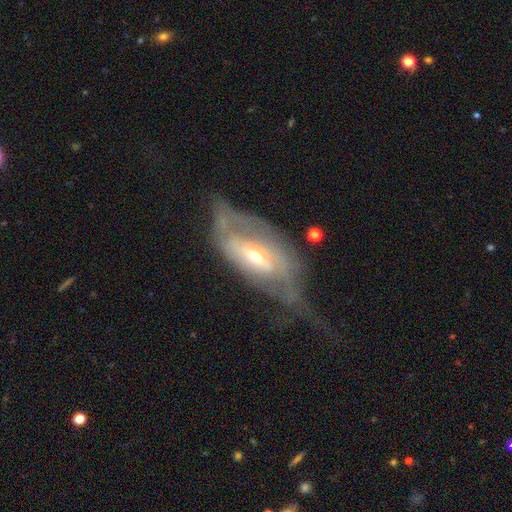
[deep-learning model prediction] This appears to be a featured or disk galaxy (71%) with no bar (43%), spiral arms (61%) and a small central bulge (48%). Merging: major disturbance (45%).